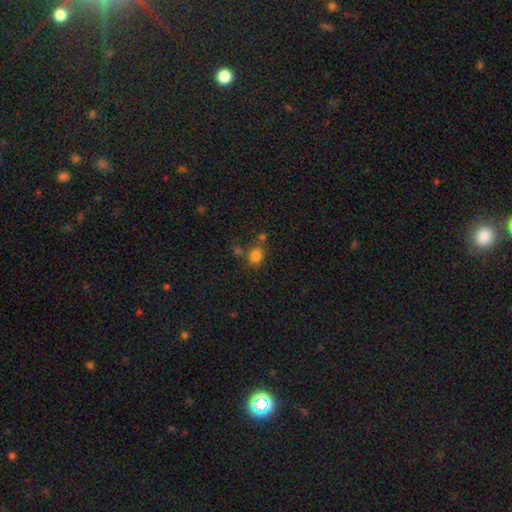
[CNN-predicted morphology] This appears to be a smooth galaxy with no disk features (80%) that is round (61%). Merging: none (64%).